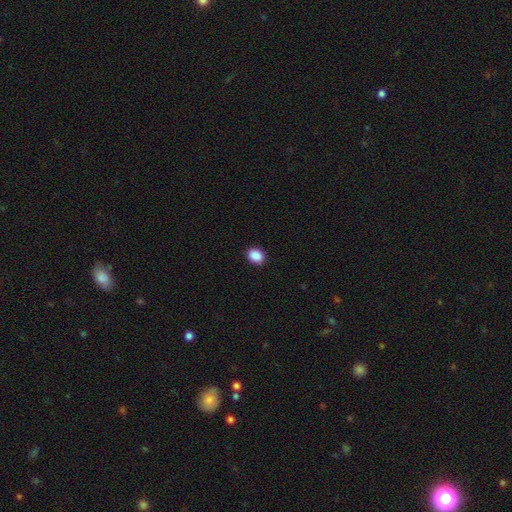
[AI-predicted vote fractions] This is clearly a smooth galaxy (89%). How rounded: possibly in between (55%). Merging: clearly none (90%).